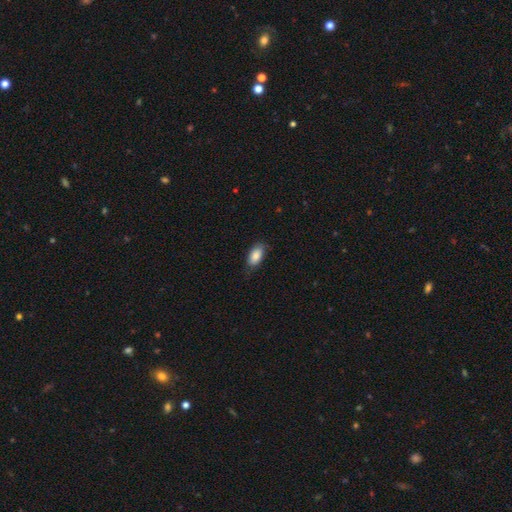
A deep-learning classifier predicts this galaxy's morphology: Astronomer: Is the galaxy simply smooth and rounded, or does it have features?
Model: smooth — 86%.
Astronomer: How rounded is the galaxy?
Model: in between — 92%.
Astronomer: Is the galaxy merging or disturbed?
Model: none — 75%.